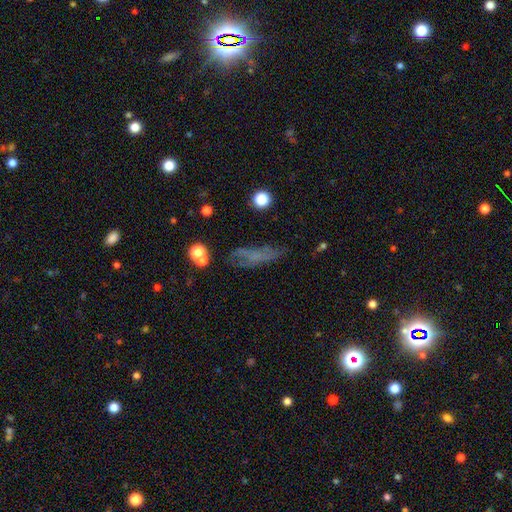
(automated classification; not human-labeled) Smooth or featured?
  - smooth: 44% *
  - featured or disk: 37%
  - star or artifact: 19%
Merging?
  - none: 58% *
  - minor disturbance: 23%
  - major disturbance: 14%
  - merger: 5%